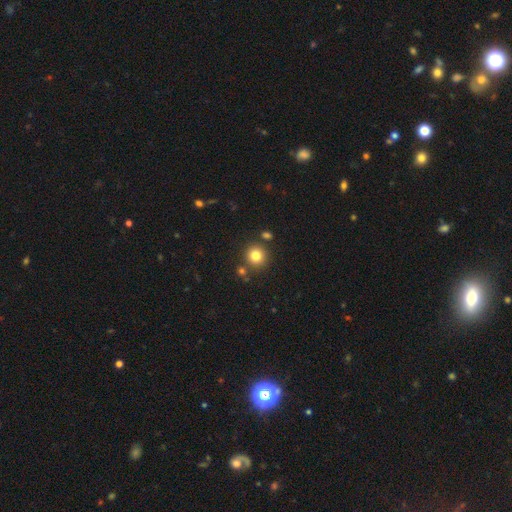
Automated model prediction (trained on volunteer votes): Overall: smooth (81%). How rounded: round (92%). Merging: none (83%).